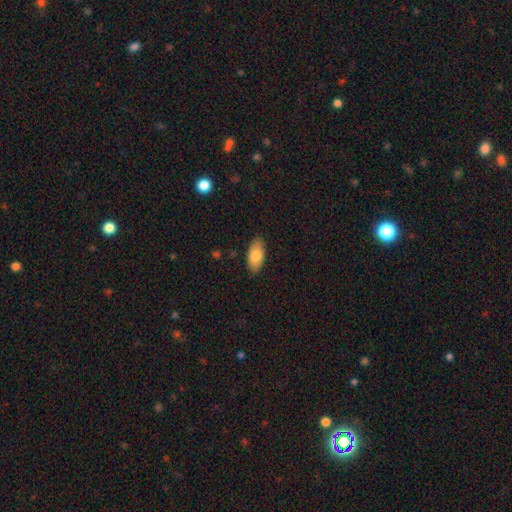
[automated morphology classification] Smooth or featured: smooth — 81% (featured or disk — 13%)
How rounded: in between — 91% (cigar-shaped — 7%)
Merging: none — 87% (minor disturbance — 10%)